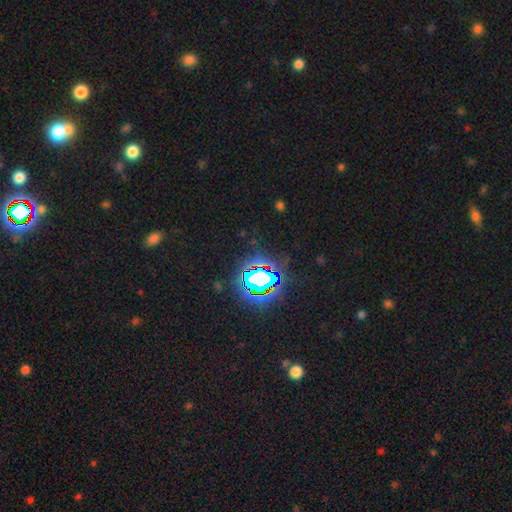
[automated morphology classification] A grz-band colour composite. It shows a star or artifact, not a galaxy (79%).